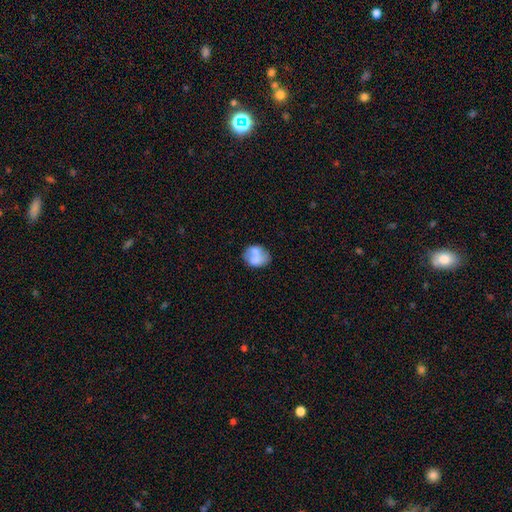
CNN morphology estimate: Q: Smooth or featured?
A: smooth (63%); runner-up: featured or disk (29%)
Q: How rounded?
A: round (50%); runner-up: in between (49%)
Q: Merging?
A: none (42%); runner-up: merger (30%)